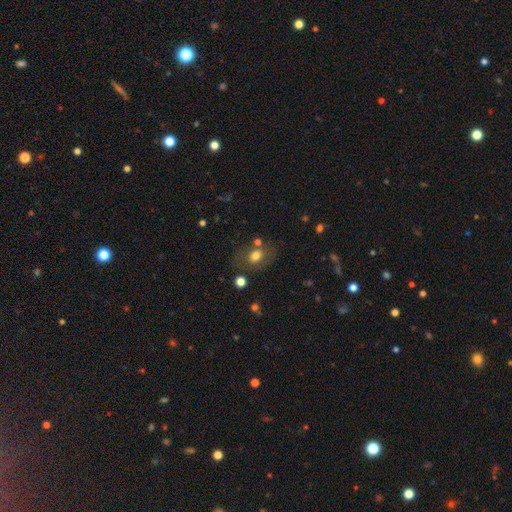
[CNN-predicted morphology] This is likely a smooth galaxy (71%). How rounded: possibly in between (57%). Merging: likely none (67%).